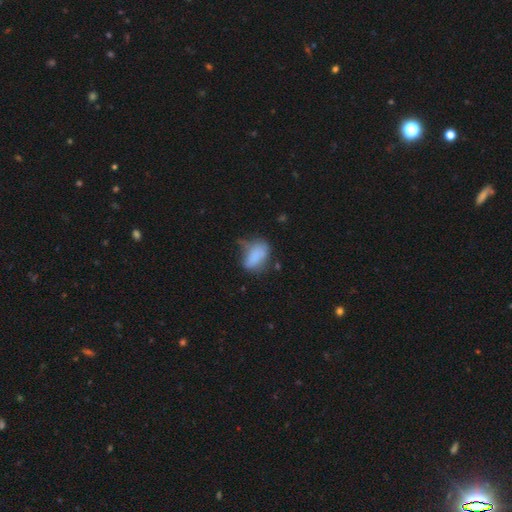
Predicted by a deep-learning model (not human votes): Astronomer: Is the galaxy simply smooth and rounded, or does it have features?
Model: smooth — 74%.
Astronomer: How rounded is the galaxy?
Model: in between — 87%.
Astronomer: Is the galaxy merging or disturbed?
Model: none — 36% (runner-up: minor disturbance, 35%).